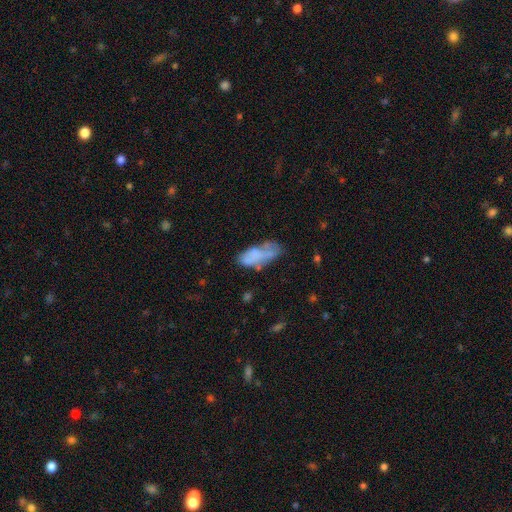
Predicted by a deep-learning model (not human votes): Smooth or featured: smooth — 62% (featured or disk — 28%)
How rounded: in between — 82% (cigar-shaped — 16%)
Merging: none — 42% (minor disturbance — 27%)